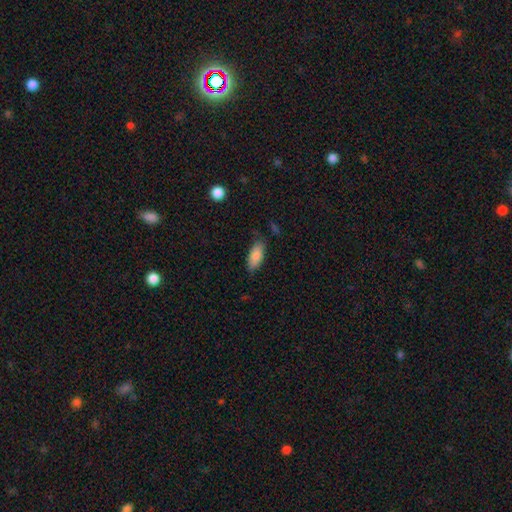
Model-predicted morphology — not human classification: A smooth galaxy with no disk features (86%) that is in between round and cigar-shaped (86%). Merging: none (76%).